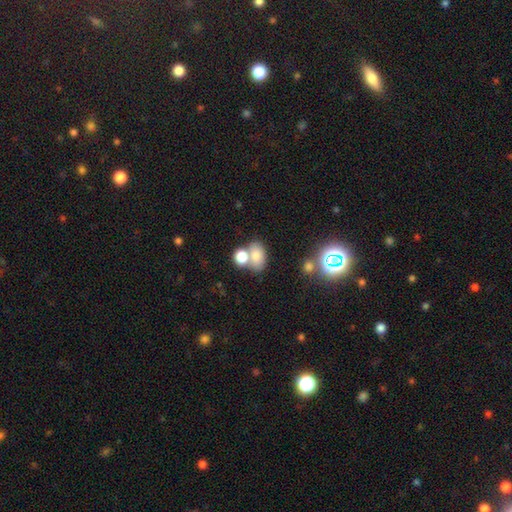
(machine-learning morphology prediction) Q: Smooth or featured?
A: smooth (75%); runner-up: featured or disk (13%)
Q: How rounded?
A: in between (74%); runner-up: round (24%)
Q: Merging?
A: merger (42%); runner-up: none (41%)